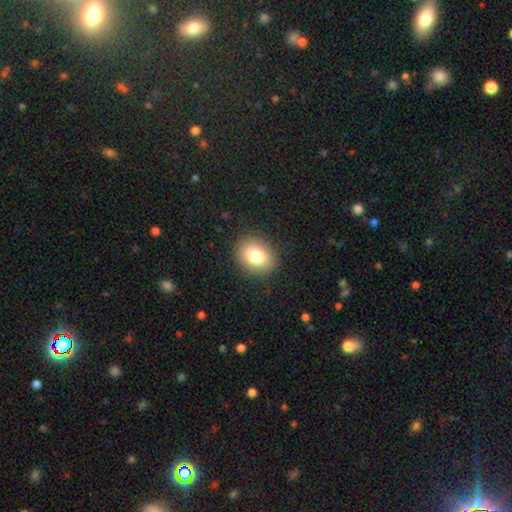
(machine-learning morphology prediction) A smooth galaxy with no disk features (81%) that is in between round and cigar-shaped (52%).

Vote fractions:
- Smooth or featured? smooth: 81% / featured or disk: 9% / star or artifact: 9%
- How rounded? in between: 52% / round: 47% / cigar-shaped: 1%
- Merging? none: 88% / minor disturbance: 8% / major disturbance: 3% / merger: 1%